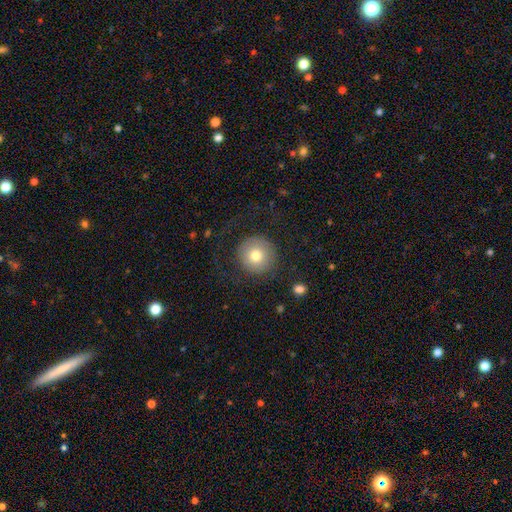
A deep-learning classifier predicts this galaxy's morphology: smooth-or-featured: smooth: 73% | featured or disk: 17% | star or artifact: 10%
  how-rounded: round: 95% | in between: 4% | cigar-shaped: 1%
  merging: none: 78% | major disturbance: 11% | minor disturbance: 10% | merger: 1%